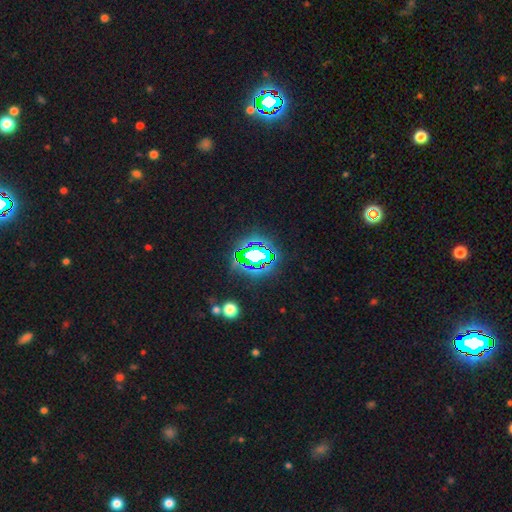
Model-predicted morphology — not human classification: The model was most divided on "smooth or featured": star or artifact: 71%, smooth: 16%, featured or disk: 13%.